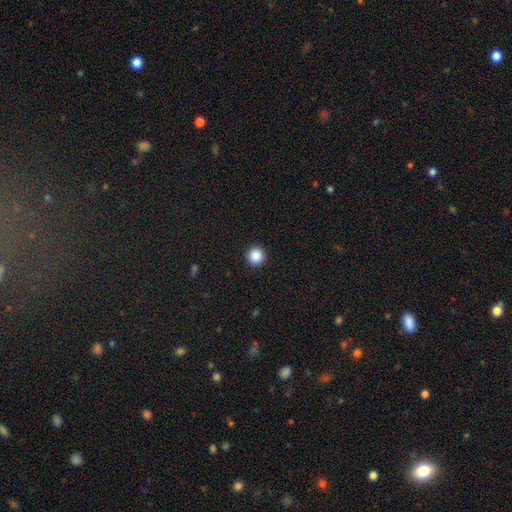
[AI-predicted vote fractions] Smooth or featured? Predicted: smooth (p=0.87). How rounded? Predicted: round (p=0.96). Merging? Predicted: none (p=0.93).